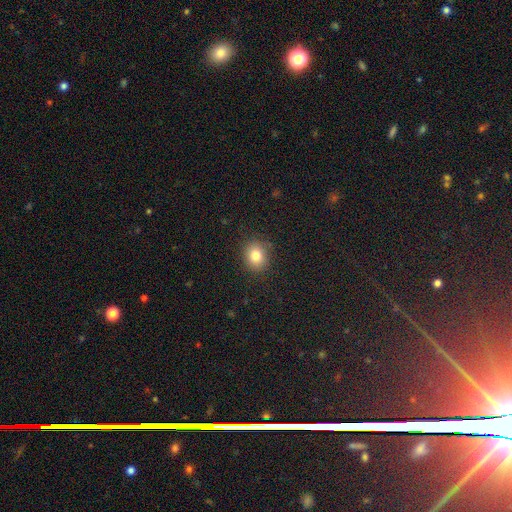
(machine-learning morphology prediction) A smooth galaxy with no disk features (81%) that is round (69%). Merging: none (88%).